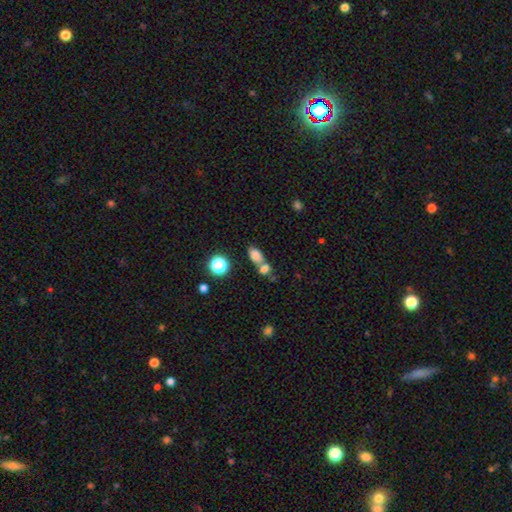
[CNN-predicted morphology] The model was most divided on "merging": merger: 55%, none: 32%, minor disturbance: 8%, major disturbance: 5%. More confident: how rounded — in between (80%); smooth or featured — smooth (76%).